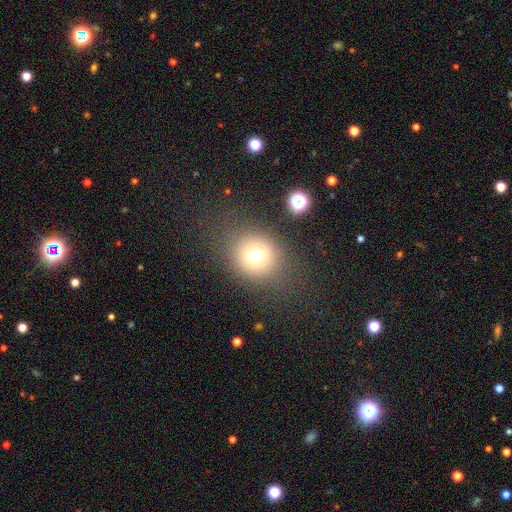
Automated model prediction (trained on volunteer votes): This is likely a smooth galaxy (70%). How rounded: likely round (76%). Merging: likely none (78%).